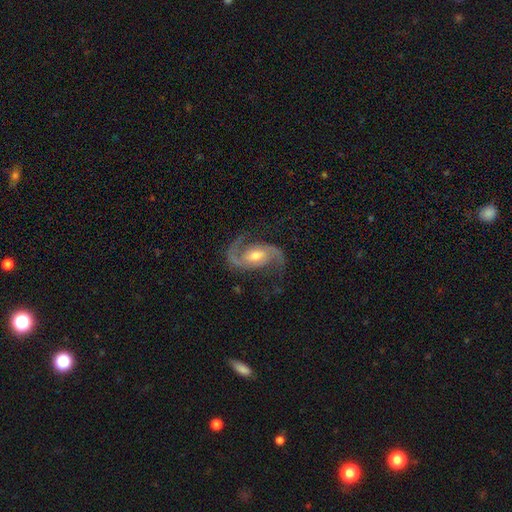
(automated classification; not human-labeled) A featured or disk galaxy (92%) with a weak bar (45%), 2 (94%) medium (57%) spiral arms (98%) and a moderate central bulge (62%). Merging: none (78%).